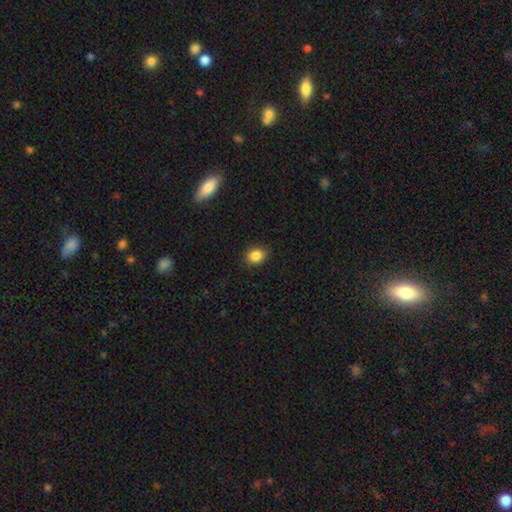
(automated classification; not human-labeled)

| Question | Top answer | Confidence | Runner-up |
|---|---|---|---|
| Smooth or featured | smooth | 86% | star or artifact (10%) |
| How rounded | in between | 51% | round (48%) |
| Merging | none | 88% | minor disturbance (9%) |